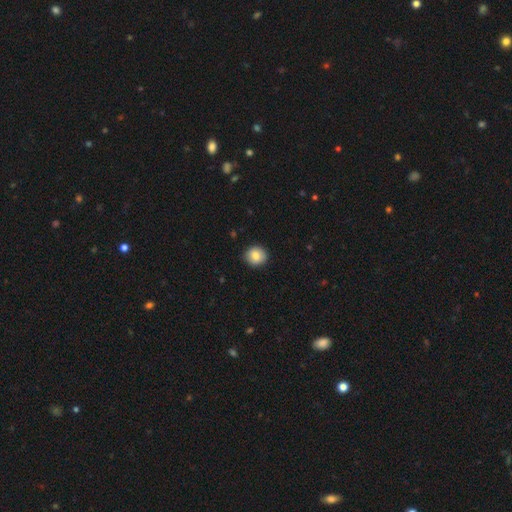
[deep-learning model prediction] Smooth or featured: smooth — 82% (featured or disk — 10%)
How rounded: round — 86% (in between — 13%)
Merging: none — 89% (minor disturbance — 8%)